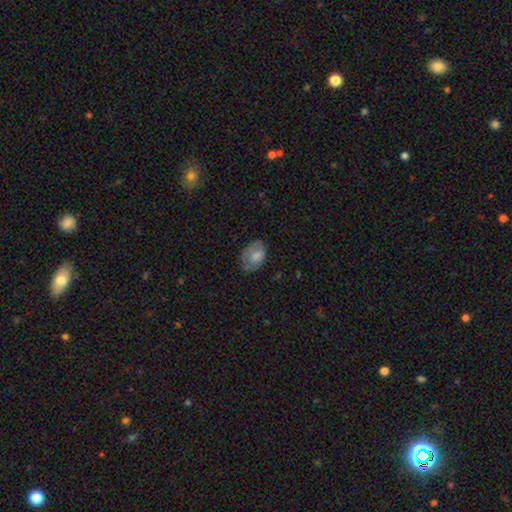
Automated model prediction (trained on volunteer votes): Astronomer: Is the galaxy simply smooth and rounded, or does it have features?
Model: smooth — 70%.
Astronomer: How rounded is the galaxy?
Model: in between — 83%.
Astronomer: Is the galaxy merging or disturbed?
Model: none — 65%.